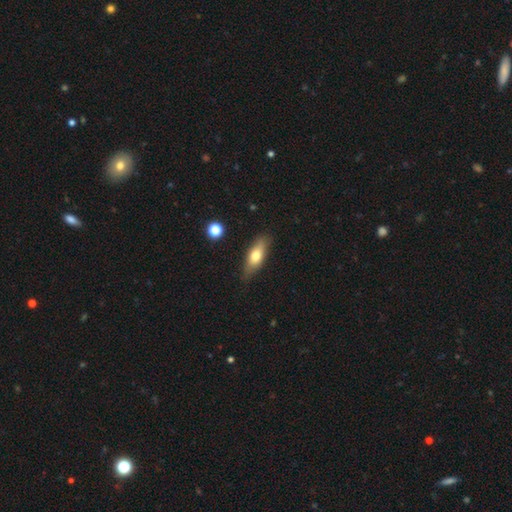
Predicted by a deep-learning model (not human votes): Morphology: type=smooth (68%); roundness=in between (63%); merging=none (81%).